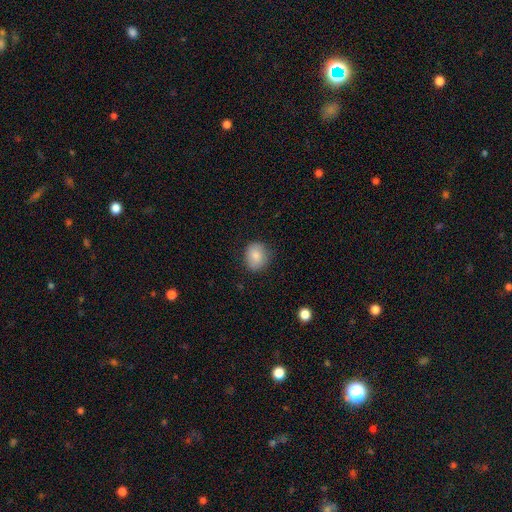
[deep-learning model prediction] smooth-or-featured: smooth: 84% | featured or disk: 8% | star or artifact: 8%
  how-rounded: round: 72% | in between: 27% | cigar-shaped: 1%
  merging: none: 81% | minor disturbance: 15% | major disturbance: 3% | merger: 1%